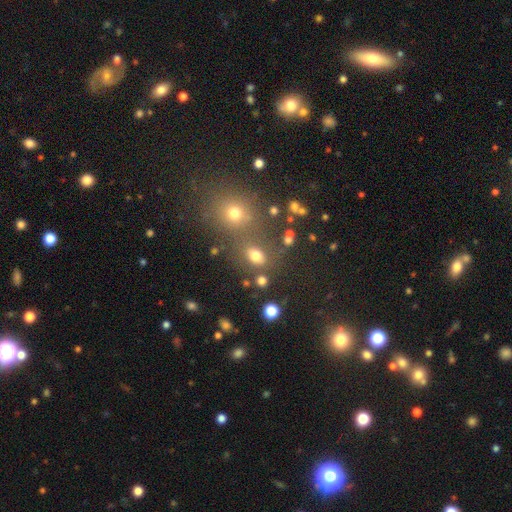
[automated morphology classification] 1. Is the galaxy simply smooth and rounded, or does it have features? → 72% smooth, 19% star or artifact, 9% featured or disk.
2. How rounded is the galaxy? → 58% in between, 40% round, 2% cigar-shaped.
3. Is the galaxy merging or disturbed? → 61% none, 21% merger, 12% minor disturbance, 6% major disturbance.